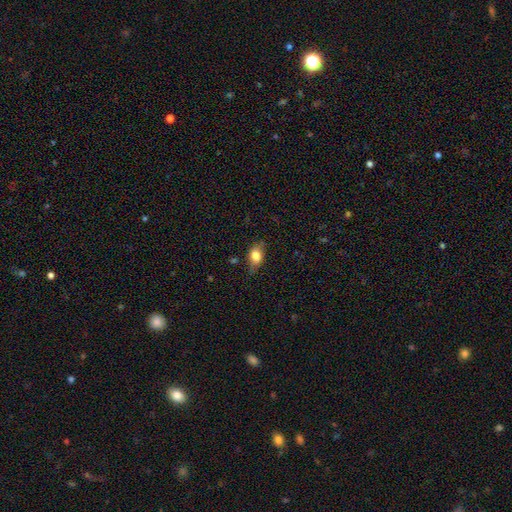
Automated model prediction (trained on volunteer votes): Morphology: type=smooth (75%); roundness=in between (79%); merging=none (66%).